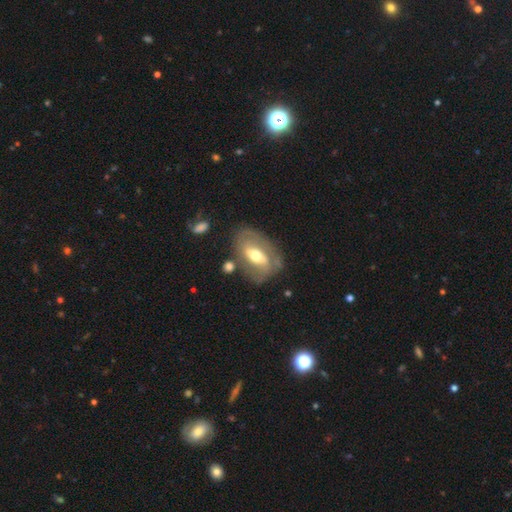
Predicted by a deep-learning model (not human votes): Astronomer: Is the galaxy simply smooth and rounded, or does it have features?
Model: featured or disk — 61%.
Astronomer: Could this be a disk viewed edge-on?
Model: no — 90%.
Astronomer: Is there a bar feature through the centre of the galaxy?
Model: weak — 36% (runner-up: strong, 34%).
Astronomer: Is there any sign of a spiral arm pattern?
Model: yes — 53% (runner-up: no, 47%).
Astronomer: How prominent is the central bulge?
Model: moderate — 69%.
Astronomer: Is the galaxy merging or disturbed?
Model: none — 63%.